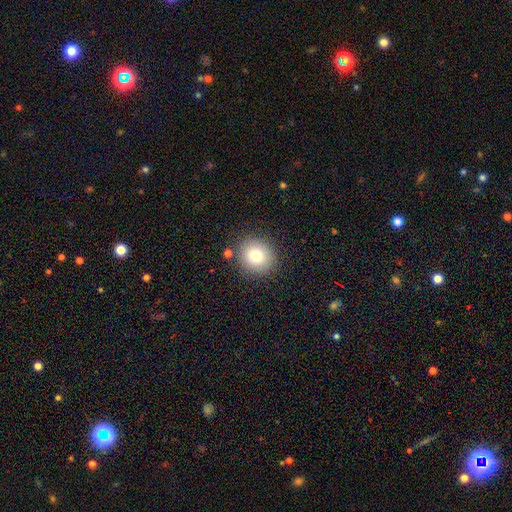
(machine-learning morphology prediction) type=smooth (77%); roundness=round (87%); merging=none (86%).